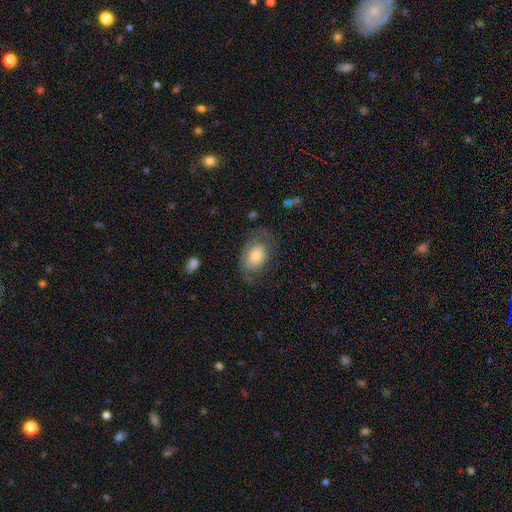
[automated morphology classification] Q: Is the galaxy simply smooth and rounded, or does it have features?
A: smooth — 50%.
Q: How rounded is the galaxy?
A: in between — 81%.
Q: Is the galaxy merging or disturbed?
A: none — 55%.